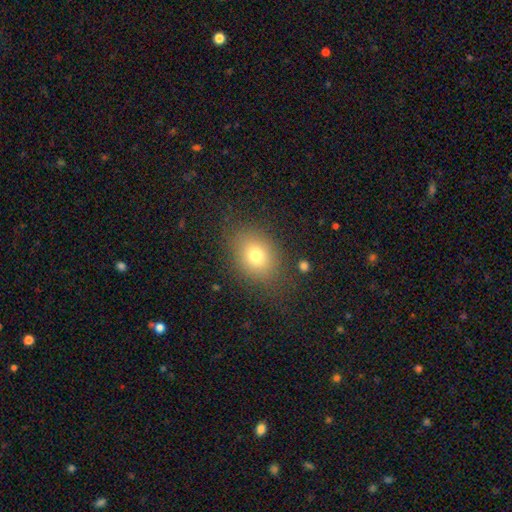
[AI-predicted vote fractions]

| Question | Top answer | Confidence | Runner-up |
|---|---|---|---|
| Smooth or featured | smooth | 74% | star or artifact (13%) |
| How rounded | in between | 61% | round (38%) |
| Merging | none | 79% | minor disturbance (13%) |